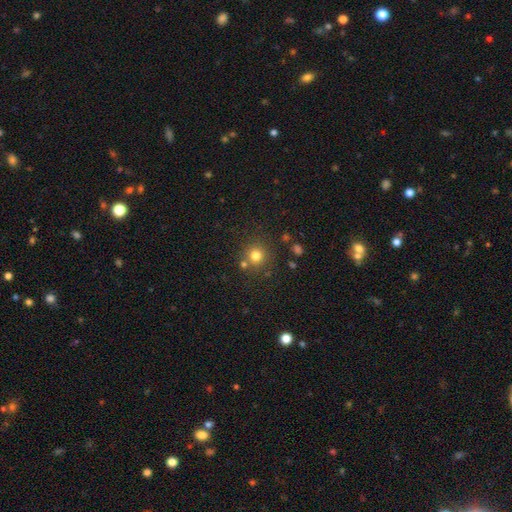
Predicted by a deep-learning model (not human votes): Overall: smooth (77%). How rounded: round (92%). Merging: none (77%).